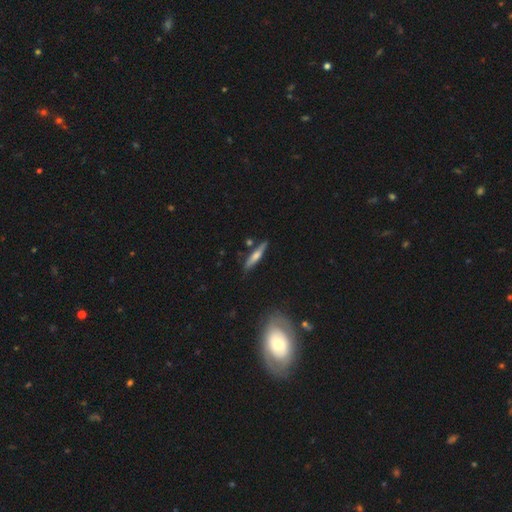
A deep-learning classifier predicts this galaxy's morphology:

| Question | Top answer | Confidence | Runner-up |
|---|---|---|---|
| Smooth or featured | smooth | 52% | featured or disk (42%) |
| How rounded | cigar-shaped | 88% | in between (10%) |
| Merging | none | 80% | minor disturbance (12%) |